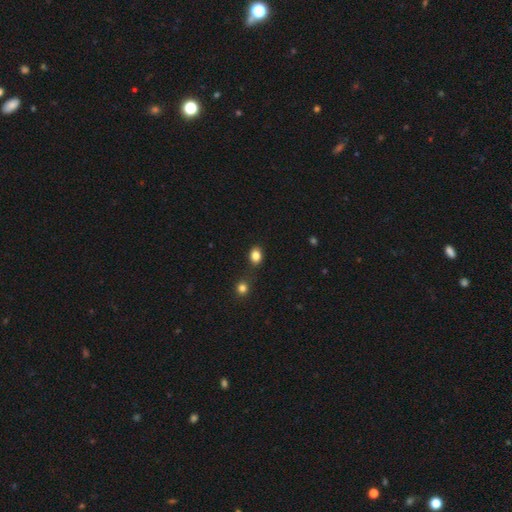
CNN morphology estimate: This appears to be a smooth galaxy with no disk features (84%) that is in between round and cigar-shaped (55%). Merging: none (79%).